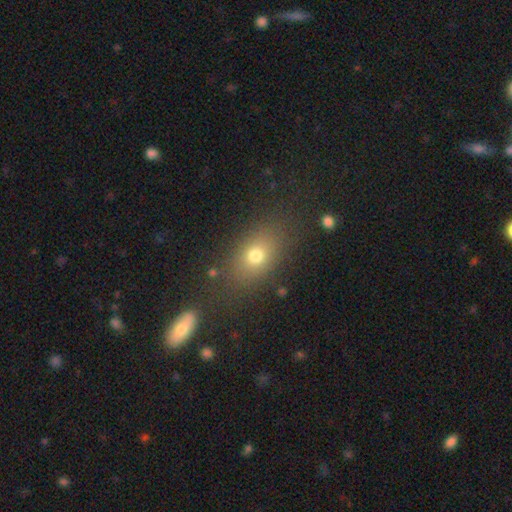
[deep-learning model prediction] smooth 72%, star or artifact 14%, featured or disk 13%. Down the decision tree: how rounded — in between (72%); merging — none (79%).